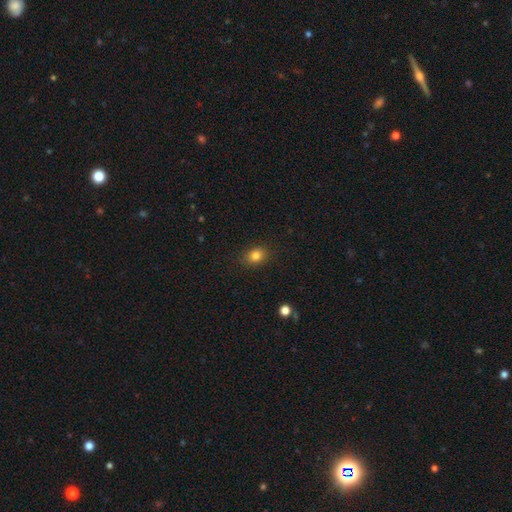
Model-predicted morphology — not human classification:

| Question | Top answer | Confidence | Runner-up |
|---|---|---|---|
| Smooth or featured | smooth | 82% | star or artifact (11%) |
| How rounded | in between | 58% | round (41%) |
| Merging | none | 87% | minor disturbance (9%) |